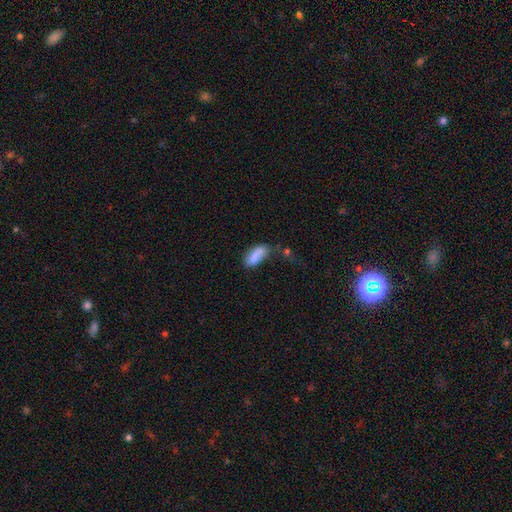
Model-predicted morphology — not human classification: smooth-or-featured: smooth: 83% | featured or disk: 10% | star or artifact: 8%
  how-rounded: in between: 78% | cigar-shaped: 19% | round: 2%
  merging: none: 49% | minor disturbance: 27% | merger: 12% | major disturbance: 11%